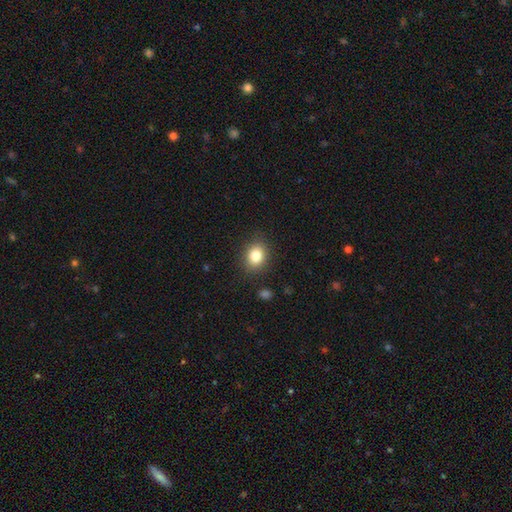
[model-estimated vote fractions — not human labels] Morphology: type=smooth (82%); roundness=round (51%); merging=none (86%).